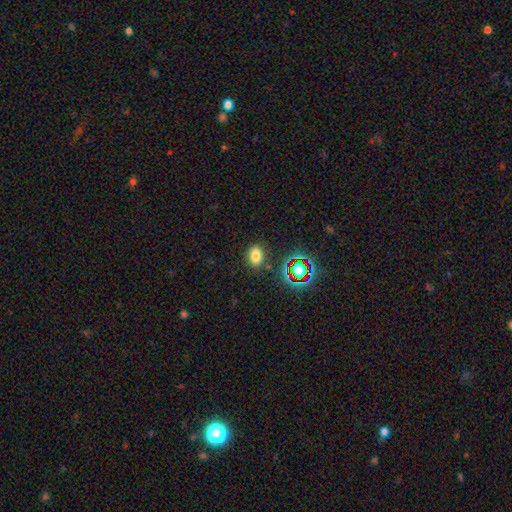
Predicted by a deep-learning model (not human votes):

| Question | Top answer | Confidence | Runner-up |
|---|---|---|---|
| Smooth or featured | smooth | 74% | star or artifact (19%) |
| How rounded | in between | 75% | round (24%) |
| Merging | none | 83% | minor disturbance (10%) |